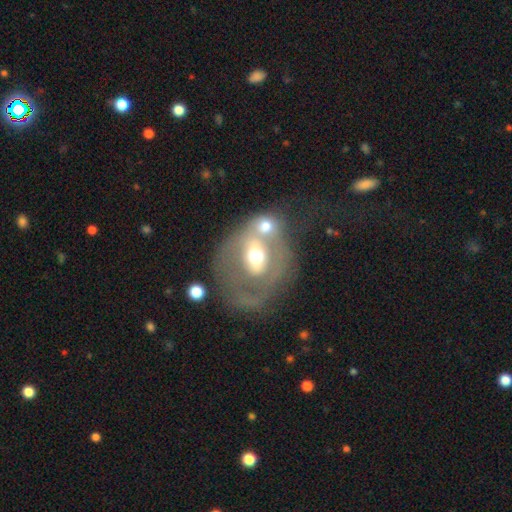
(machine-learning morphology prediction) A featured or disk galaxy (57%) with no bar (56%), no spiral arms (74%) and a moderate central bulge (69%).

Vote fractions:
- Smooth or featured? featured or disk: 57% / smooth: 34% / star or artifact: 9%
- Edge-on disk? no: 94% / yes: 6%
- Bar? no: 56% / weak: 27% / strong: 18%
- Spiral arms? no: 74% / yes: 26%
- Bulge size? moderate: 69% / large: 16% / small: 11% / dominant: 2% / none: 2%
- Merging? merger: 51% / none: 23% / major disturbance: 15% / minor disturbance: 11%